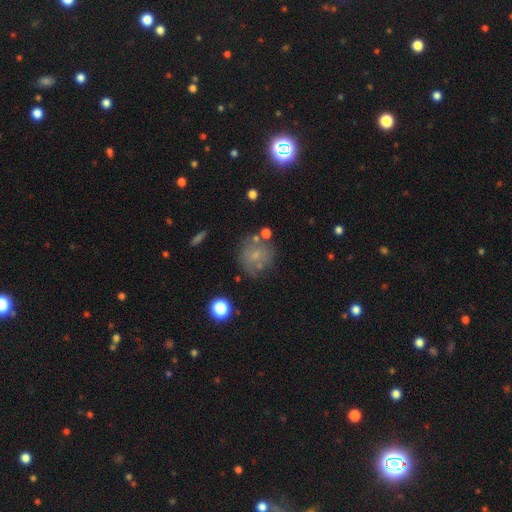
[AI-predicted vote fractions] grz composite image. It shows a smooth galaxy with no disk features (56%) that is round (86%). Merging: none (62%).